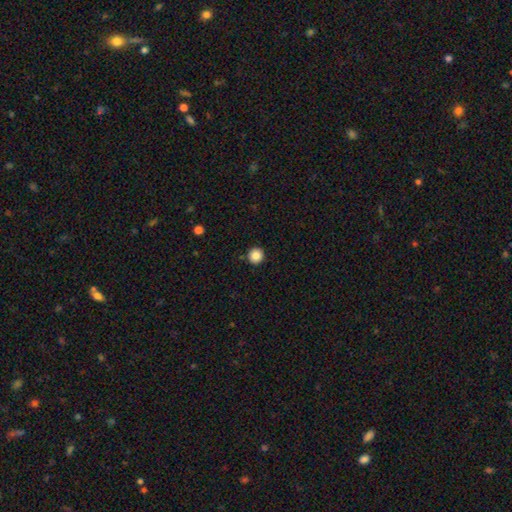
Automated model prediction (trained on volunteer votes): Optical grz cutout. It shows a smooth galaxy with no disk features (86%) that is round (96%). Merging: none (92%).